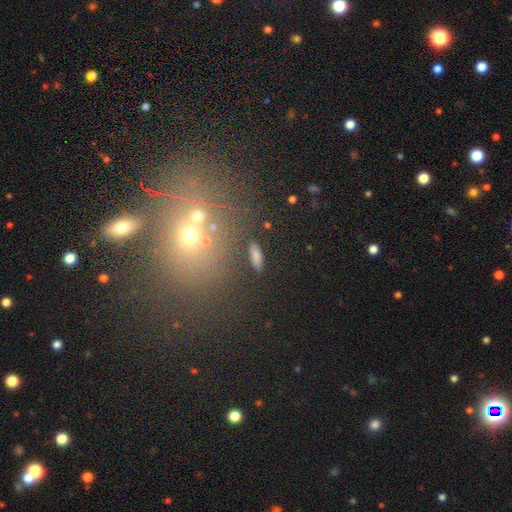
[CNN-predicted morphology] Overall: smooth (76%). How rounded: cigar-shaped (50%; in between 45%). Merging: none (86%).